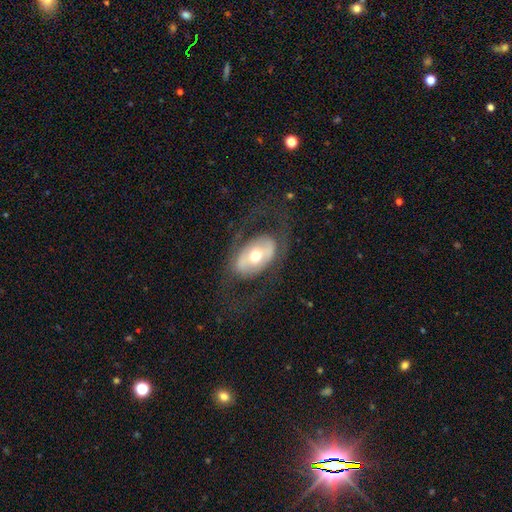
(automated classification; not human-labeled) A featured or disk galaxy (66%) with no bar (49%), spiral arms (51%) and a moderate central bulge (71%).

Vote fractions:
- Smooth or featured? featured or disk: 66% / smooth: 28% / star or artifact: 6%
- Edge-on disk? no: 92% / yes: 8%
- Bar? no: 49% / weak: 28% / strong: 23%
- Spiral arms? yes: 51% / no: 49%
- Bulge size? moderate: 71% / large: 13% / small: 13% / dominant: 2% / none: 1%
- Merging? none: 67% / major disturbance: 18% / minor disturbance: 14% / merger: 1%